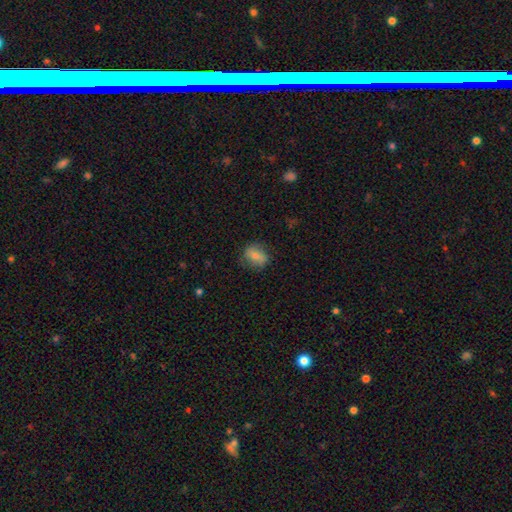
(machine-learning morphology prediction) Smooth or featured? smooth (70%)
How rounded? in between (49%, tied with round)
Merging? none (74%)